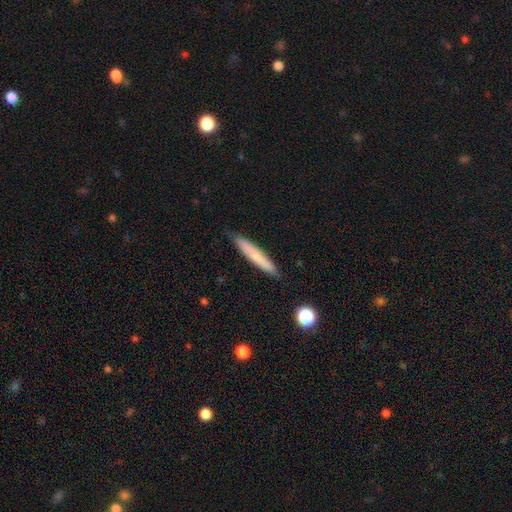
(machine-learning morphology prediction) This is likely a smooth galaxy (73%). How rounded: clearly cigar-shaped (94%). Merging: clearly none (88%).